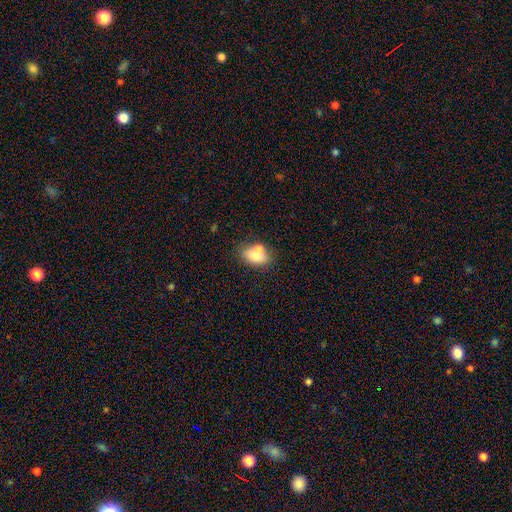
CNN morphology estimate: Smooth or featured: smooth — 71% (featured or disk — 20%)
How rounded: in between — 79% (round — 17%)
Merging: none — 50% (merger — 31%)